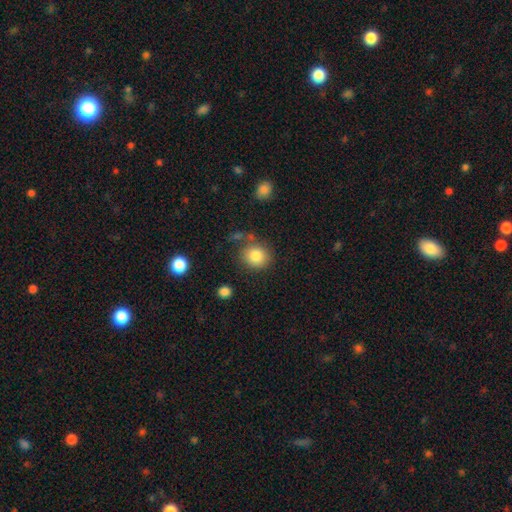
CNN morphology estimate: The model was most divided on "merging": none: 74%, minor disturbance: 14%, merger: 7%, major disturbance: 6%. More confident: smooth or featured — smooth (84%); how rounded — round (81%).